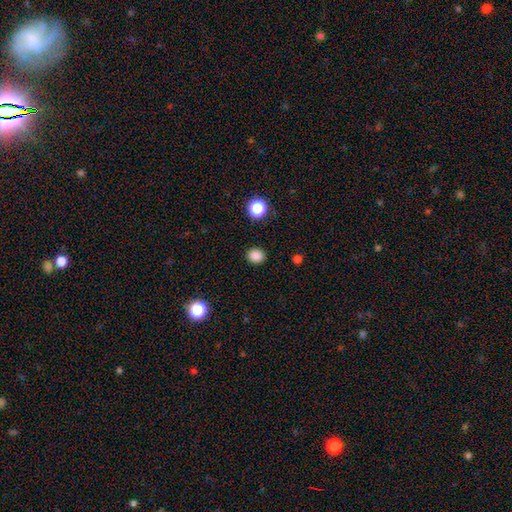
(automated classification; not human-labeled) smooth-or-featured: smooth: 85% | star or artifact: 12% | featured or disk: 3%
  how-rounded: round: 78% | in between: 22% | cigar-shaped: 1%
  merging: none: 90% | minor disturbance: 6% | major disturbance: 2% | merger: 1%